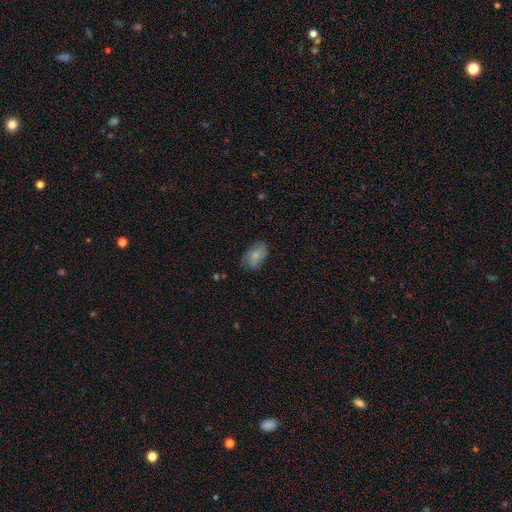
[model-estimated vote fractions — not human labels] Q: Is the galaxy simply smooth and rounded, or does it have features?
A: smooth — 72%.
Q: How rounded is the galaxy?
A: in between — 88%.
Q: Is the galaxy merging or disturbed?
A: none — 64%.